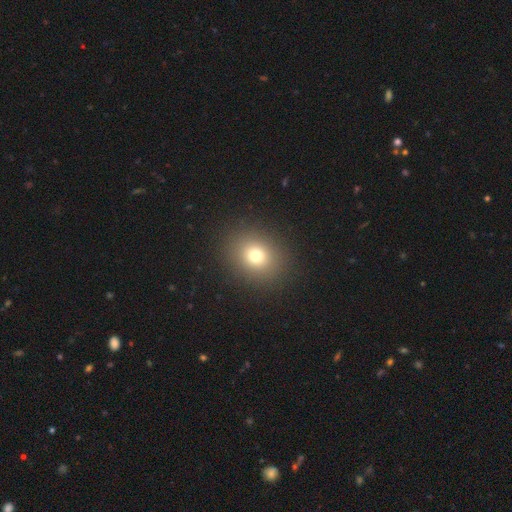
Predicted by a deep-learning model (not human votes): smooth-or-featured: smooth: 75% | star or artifact: 15% | featured or disk: 10%
  how-rounded: round: 63% | in between: 36% | cigar-shaped: 1%
  merging: none: 89% | minor disturbance: 6% | major disturbance: 3% | merger: 1%